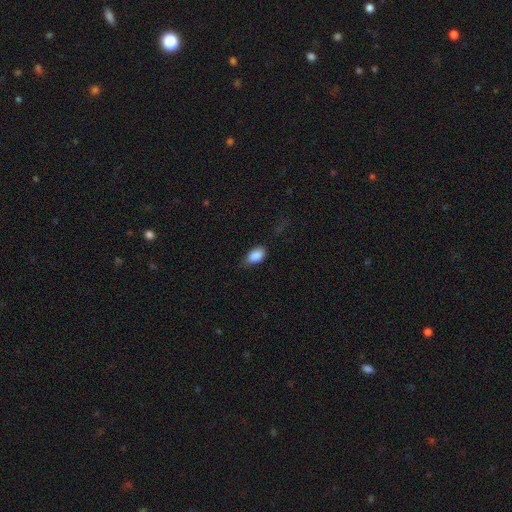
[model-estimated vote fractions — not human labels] smooth_or_featured: smooth (p=0.87) [alt: star or artifact p=0.08]
how_rounded: in between (p=0.88) [alt: round p=0.10]
merging: none (p=0.64) [alt: minor disturbance p=0.27]